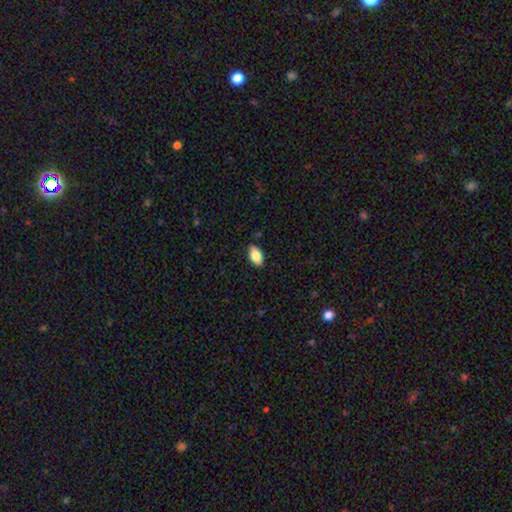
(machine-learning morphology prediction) Smooth or featured: smooth — 86% (star or artifact — 7%)
How rounded: in between — 93% (cigar-shaped — 3%)
Merging: none — 89% (minor disturbance — 8%)